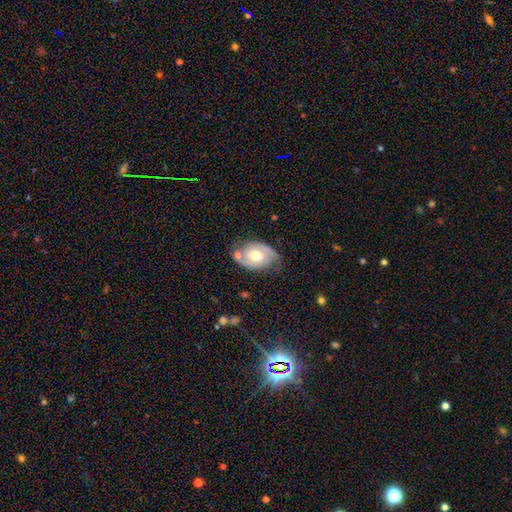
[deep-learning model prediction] A featured or disk galaxy (58%) with no bar (64%), spiral arms (67%) and a moderate central bulge (77%). Merging: none (63%).